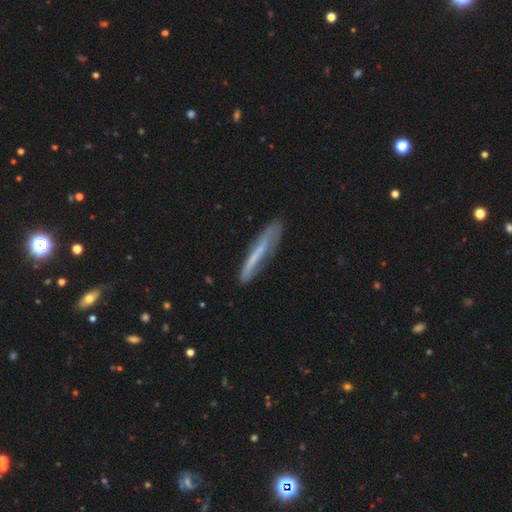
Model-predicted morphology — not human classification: The model was most divided on "smooth or featured": smooth: 51%, featured or disk: 41%, star or artifact: 8%. More confident: how rounded — cigar-shaped (94%); merging — none (75%).